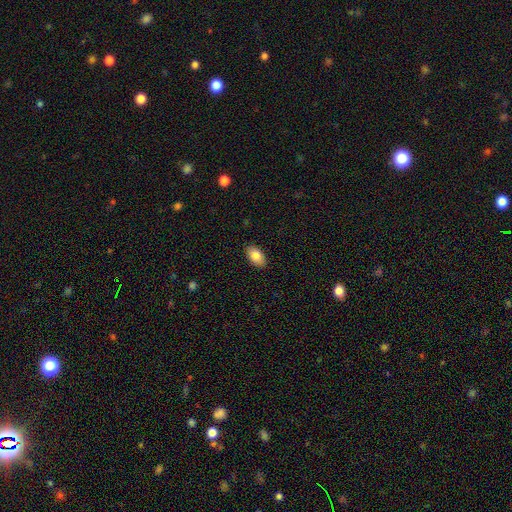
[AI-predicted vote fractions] Q: Smooth or featured?
A: smooth (83%); runner-up: featured or disk (10%)
Q: How rounded?
A: in between (94%); runner-up: round (5%)
Q: Merging?
A: none (89%); runner-up: minor disturbance (8%)